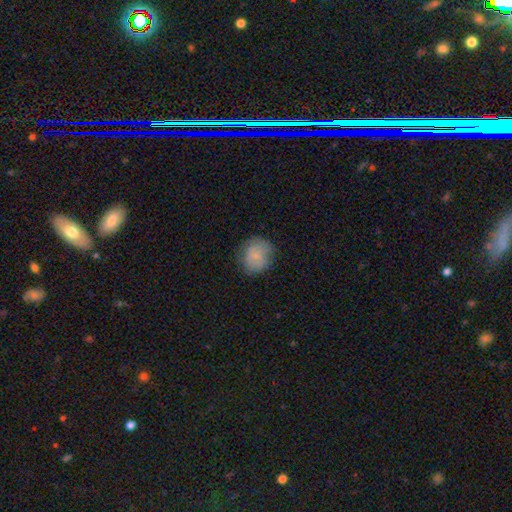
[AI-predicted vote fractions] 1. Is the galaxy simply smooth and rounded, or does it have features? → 76% smooth, 16% featured or disk, 8% star or artifact.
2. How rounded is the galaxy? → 78% round, 21% in between, 1% cigar-shaped.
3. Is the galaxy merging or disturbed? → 71% none, 21% minor disturbance, 7% major disturbance, 1% merger.